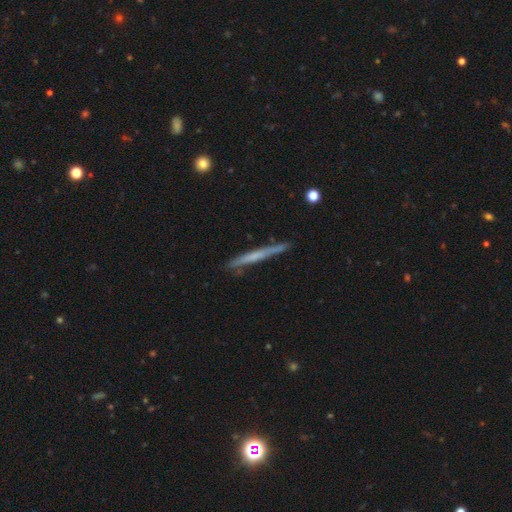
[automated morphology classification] The model was most divided on "smooth or featured": featured or disk: 57%, smooth: 37%, star or artifact: 6%. More confident: edge-on disk — yes (96%); merging — none (85%); edge-on bulge — none (72%).